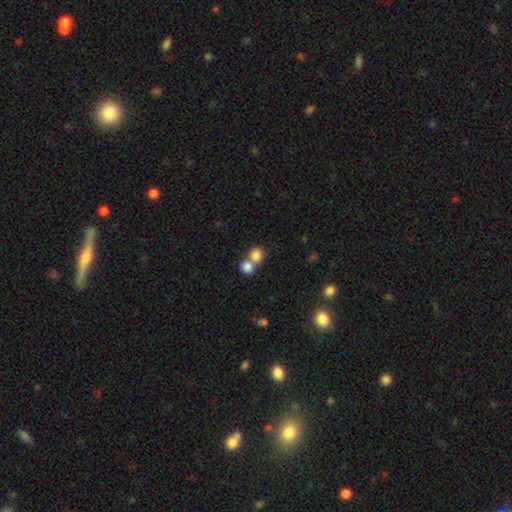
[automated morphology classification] Smooth or featured?
  - smooth: 82% *
  - star or artifact: 10%
  - featured or disk: 9%
How rounded?
  - round: 82% *
  - in between: 17%
  - cigar-shaped: 1%
Merging?
  - merger: 56% *
  - none: 37%
  - minor disturbance: 5%
  - major disturbance: 3%